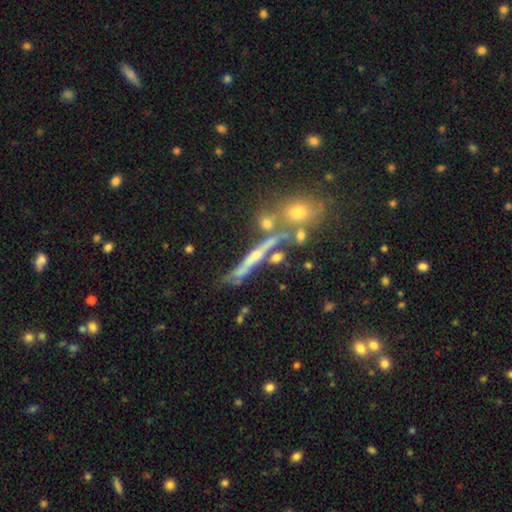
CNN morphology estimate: smooth-or-featured: featured or disk: 60% | smooth: 24% | star or artifact: 16%
  disk-edge-on: yes: 85% | no: 15%
    edge-on-bulge: rounded: 57% | none: 35% | boxy: 8%
  merging: none: 60% | minor disturbance: 17% | merger: 16% | major disturbance: 8%